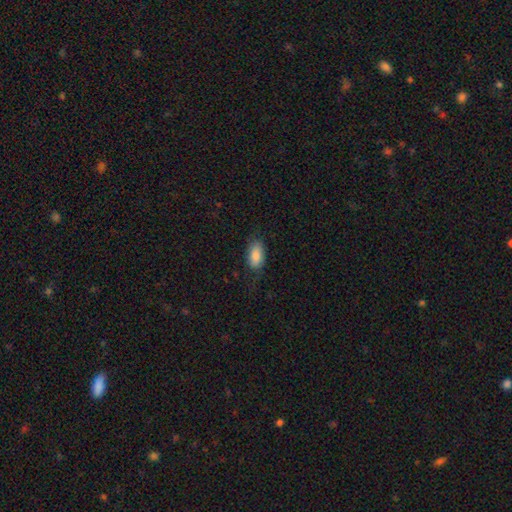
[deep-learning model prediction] Morphology: type=smooth (84%); roundness=in between (92%); merging=none (69%).